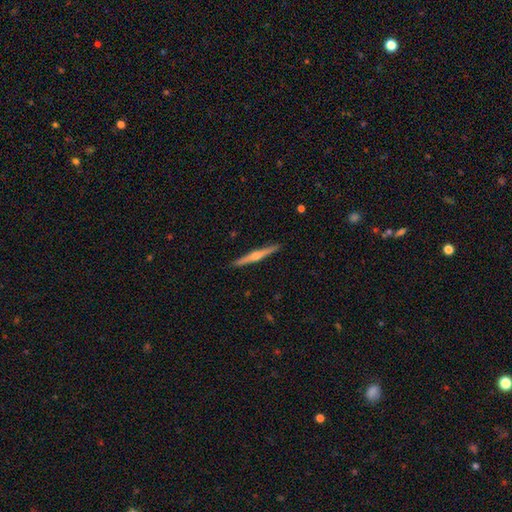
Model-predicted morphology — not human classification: A featured or disk galaxy (79%) viewed edge-on (98%) with a rounded central bulge (89%).

Vote fractions:
- Smooth or featured? featured or disk: 79% / smooth: 16% / star or artifact: 5%
- Edge-on disk? yes: 98% / no: 2%
- Edge-on bulge? rounded: 89% / none: 6% / boxy: 5%
- Merging? none: 92% / minor disturbance: 5% / major disturbance: 1% / merger: 1%